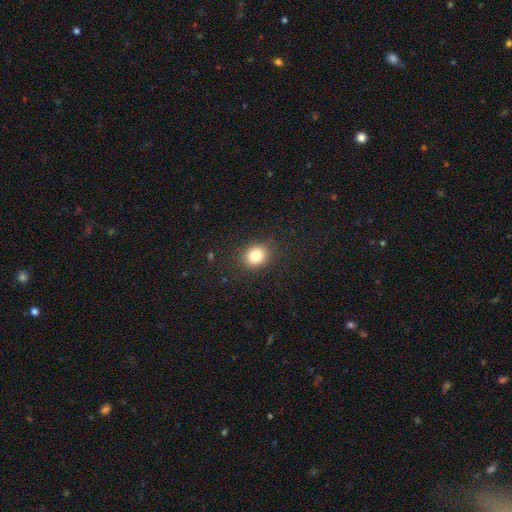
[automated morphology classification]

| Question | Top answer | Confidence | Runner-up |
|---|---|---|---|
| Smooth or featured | smooth | 81% | star or artifact (12%) |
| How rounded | round | 66% | in between (33%) |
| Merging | none | 87% | minor disturbance (9%) |